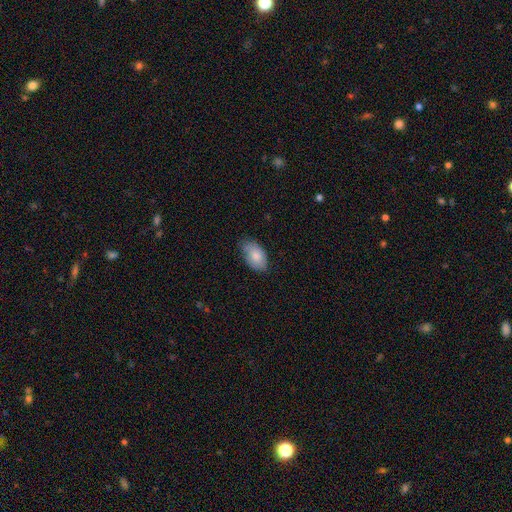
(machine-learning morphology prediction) This is clearly a smooth galaxy (81%). How rounded: clearly in between (93%). Merging: likely none (67%).